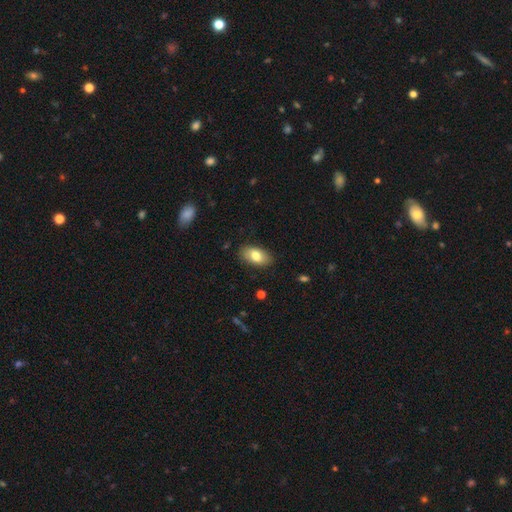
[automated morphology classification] smooth_or_featured: smooth (p=0.79) [alt: featured or disk p=0.14]
how_rounded: in between (p=0.93) [alt: round p=0.04]
merging: none (p=0.85) [alt: minor disturbance p=0.11]